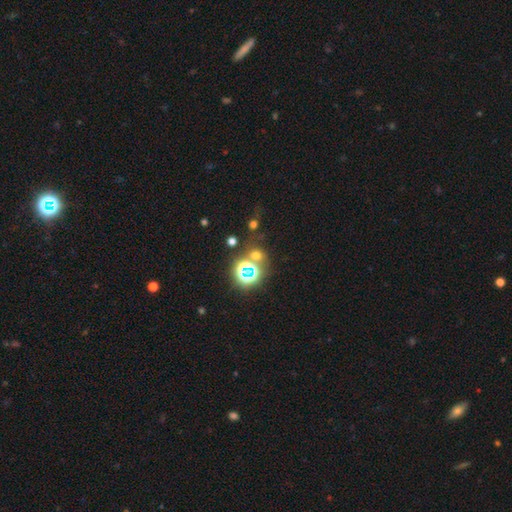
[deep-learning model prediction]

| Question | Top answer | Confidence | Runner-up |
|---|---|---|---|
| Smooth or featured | star or artifact | 47% | smooth (44%) |